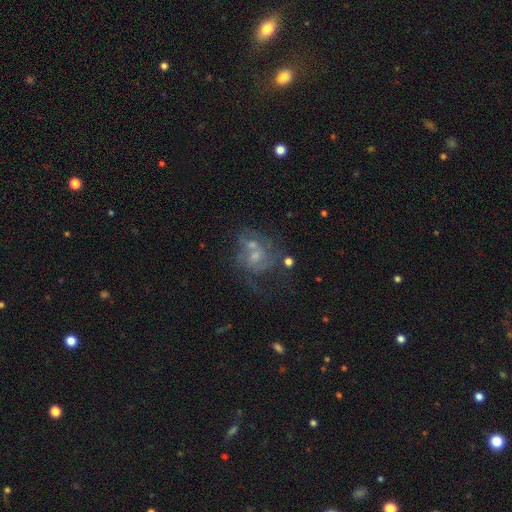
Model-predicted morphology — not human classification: This is likely a featured or disk galaxy (66%). It is clearly not viewed edge-on (98%). Bar: likely no (70%). Spiral arm pattern: likely yes (67%). Central bulge: possibly small (49%). Merging: marginally none (36%).